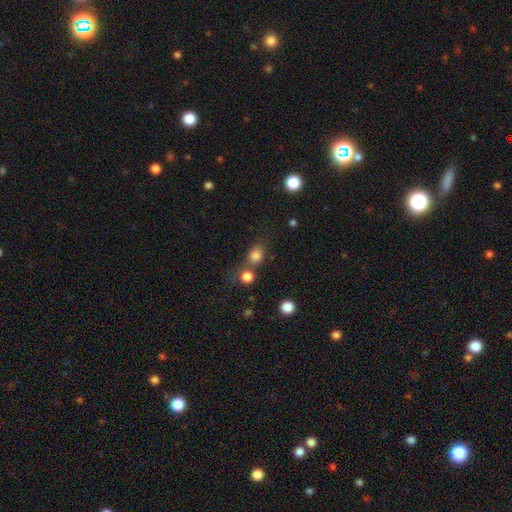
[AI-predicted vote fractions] Smooth or featured? smooth (80%)
How rounded? round (60%)
Merging? none (51%)